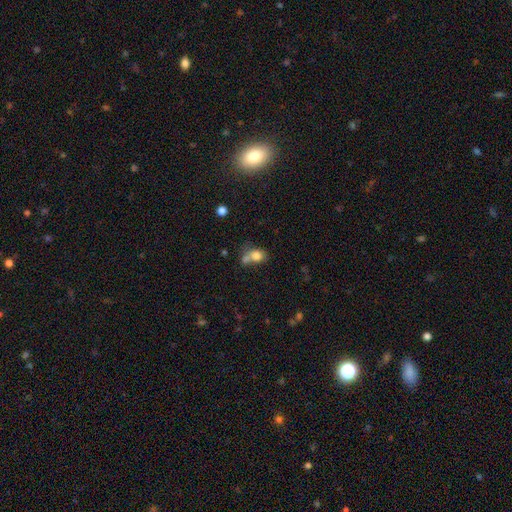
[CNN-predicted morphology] Overall: smooth (77%). How rounded: in between (51%; round 47%). Merging: merger (43%; none 32%).